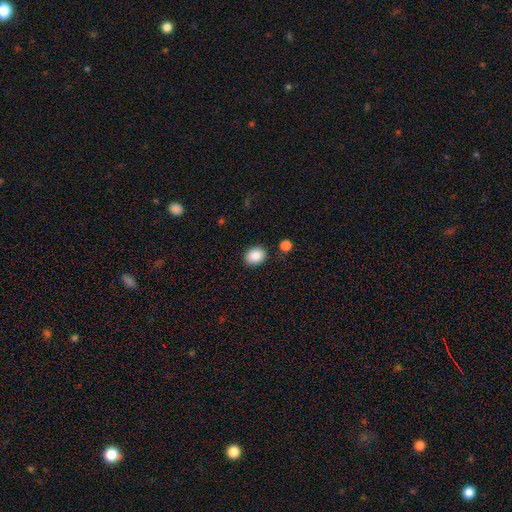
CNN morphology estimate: A smooth galaxy with no disk features (88%) that is in between round and cigar-shaped (56%).

Vote fractions:
- Smooth or featured? smooth: 88% / star or artifact: 8% / featured or disk: 4%
- How rounded? in between: 56% / round: 43% / cigar-shaped: 1%
- Merging? none: 85% / minor disturbance: 9% / merger: 3% / major disturbance: 3%